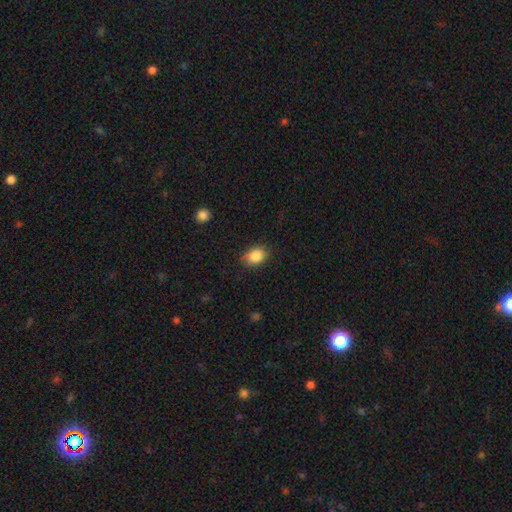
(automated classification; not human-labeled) Smooth or featured?
  - smooth: 86% *
  - star or artifact: 9%
  - featured or disk: 5%
How rounded?
  - in between: 63% *
  - round: 36%
  - cigar-shaped: 1%
Merging?
  - none: 80% *
  - minor disturbance: 16%
  - major disturbance: 3%
  - merger: 1%